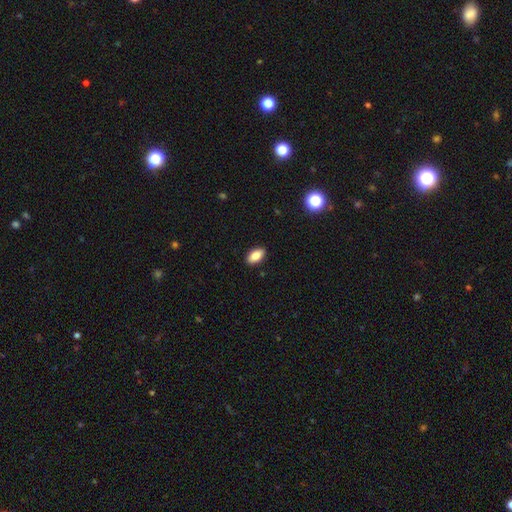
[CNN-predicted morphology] Q: Smooth or featured?
A: smooth (83%); runner-up: featured or disk (9%)
Q: How rounded?
A: in between (92%); runner-up: cigar-shaped (4%)
Q: Merging?
A: none (90%); runner-up: minor disturbance (8%)